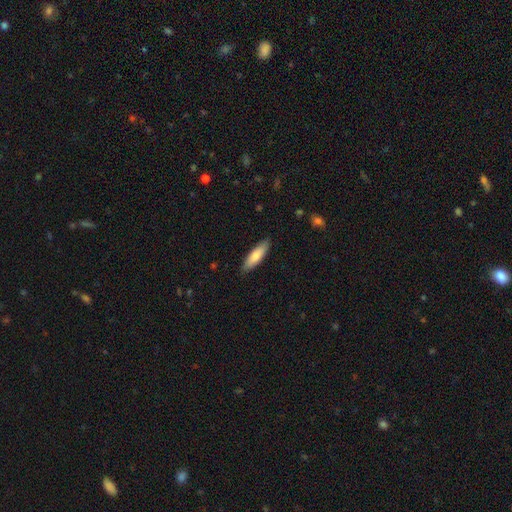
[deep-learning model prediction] Smooth or featured?
  - smooth: 79% *
  - featured or disk: 16%
  - star or artifact: 5%
How rounded?
  - cigar-shaped: 57% *
  - in between: 42%
  - round: 1%
Merging?
  - none: 87% *
  - minor disturbance: 10%
  - major disturbance: 2%
  - merger: 1%